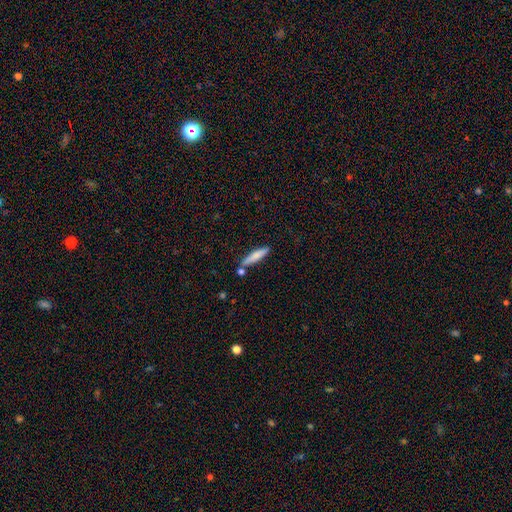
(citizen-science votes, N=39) This is likely a smooth galaxy (69%). How rounded: clearly cigar-shaped (96%). Merging: clearly none (84%).